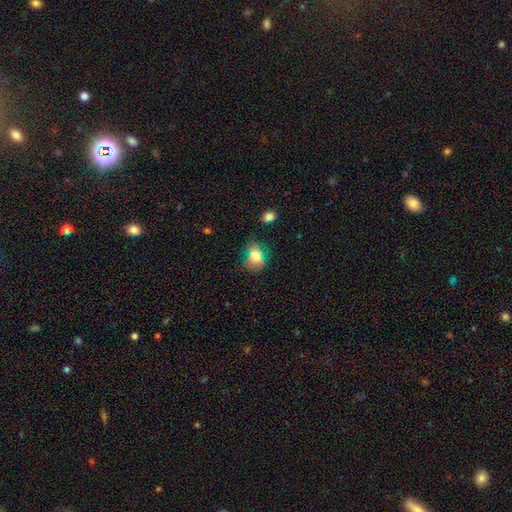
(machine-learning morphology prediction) A smooth galaxy with no disk features (71%) that is round (49%, tied with in between).

Vote fractions:
- Smooth or featured? smooth: 71% / star or artifact: 16% / featured or disk: 12%
- How rounded? round: 49% (tied) / in between: 49% (tied) / cigar-shaped: 2%
- Merging? none: 64% / minor disturbance: 22% / major disturbance: 9% / merger: 5%